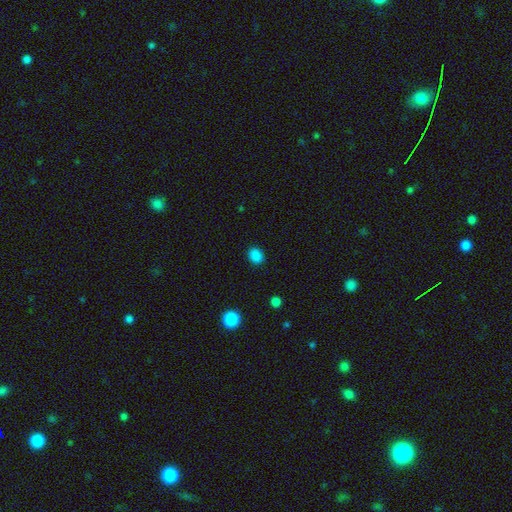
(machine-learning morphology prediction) smooth 86%, star or artifact 11%, featured or disk 2%. Down the decision tree: how rounded — round (57%); merging — none (89%).